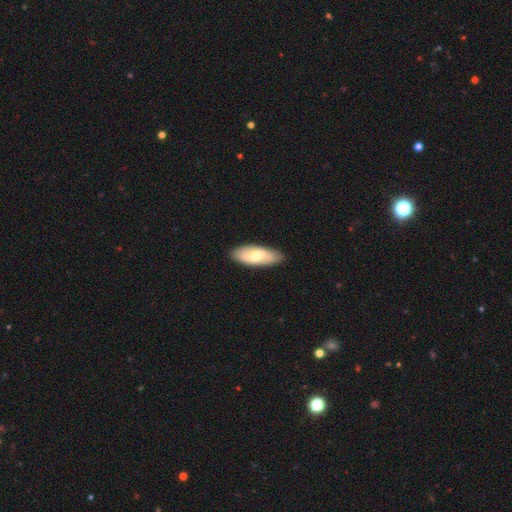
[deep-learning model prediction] This appears to be a smooth galaxy with no disk features (57%) that is in between round and cigar-shaped (78%). Merging: none (87%).